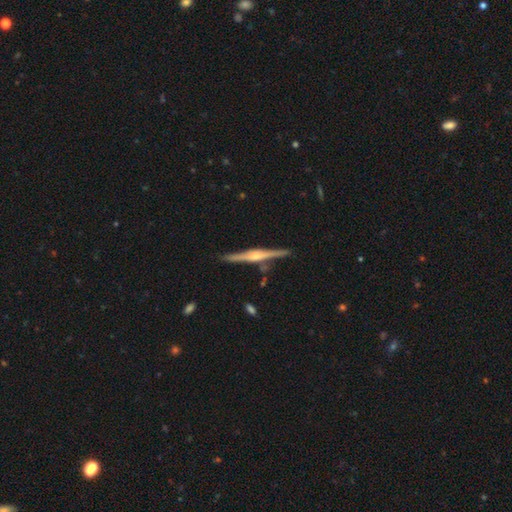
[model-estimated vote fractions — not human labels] smooth-or-featured: featured or disk: 81% | smooth: 13% | star or artifact: 5%
  disk-edge-on: yes: 98% | no: 2%
    edge-on-bulge: rounded: 80% | boxy: 11% | none: 8%
  merging: none: 86% | minor disturbance: 9% | merger: 3% | major disturbance: 2%